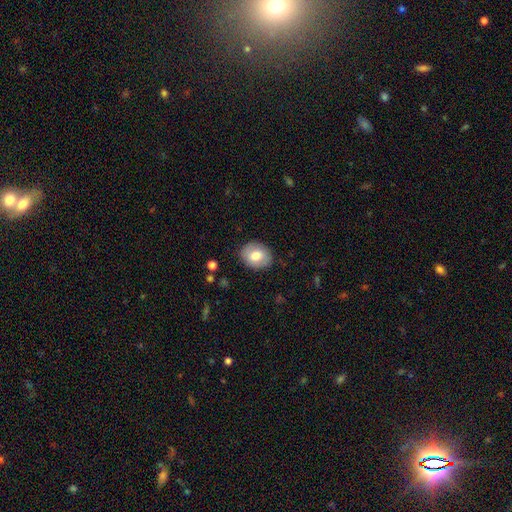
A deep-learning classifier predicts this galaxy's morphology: A smooth galaxy with no disk features (73%) that is in between round and cigar-shaped (52%).

Vote fractions:
- Smooth or featured? smooth: 73% / featured or disk: 20% / star or artifact: 7%
- How rounded? in between: 52% / round: 47% / cigar-shaped: 1%
- Merging? none: 86% / minor disturbance: 11% / major disturbance: 3% / merger: 1%